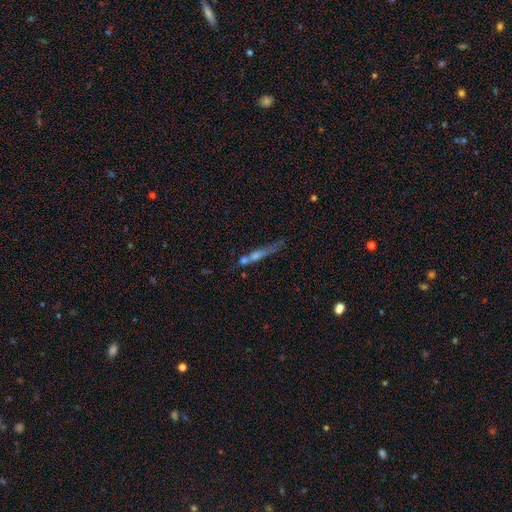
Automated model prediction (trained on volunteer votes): Smooth or featured? Predicted: featured or disk (p=0.48). Merging? Predicted: none (p=0.44).